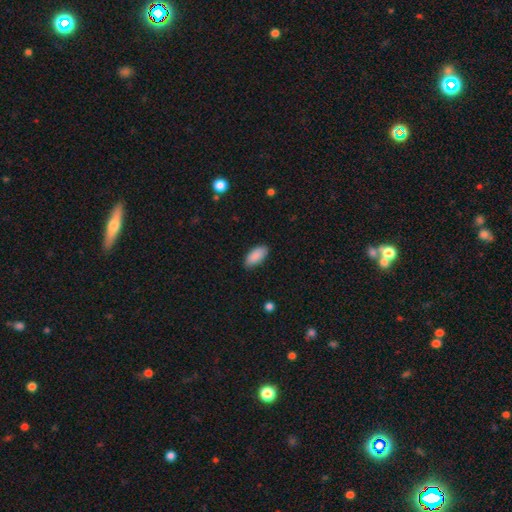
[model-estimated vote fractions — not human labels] Smooth or featured? smooth (89%)
How rounded? in between (91%)
Merging? none (87%)